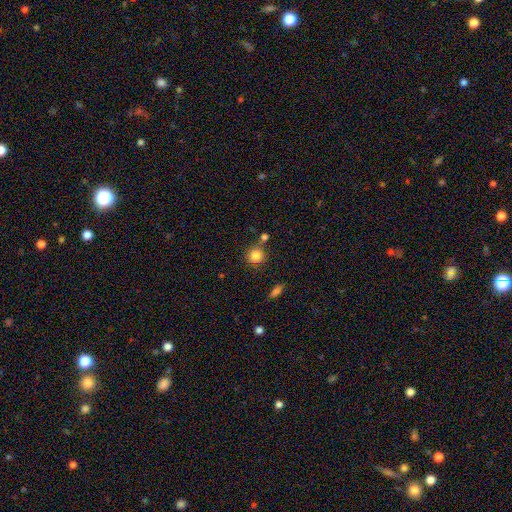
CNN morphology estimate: A smooth galaxy with no disk features (84%) that is round (88%). Merging: none (71%).